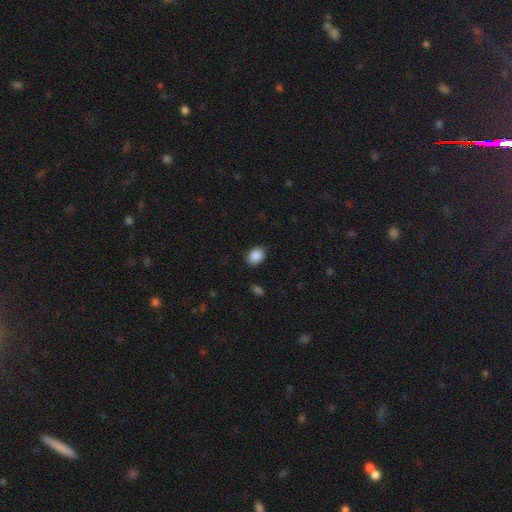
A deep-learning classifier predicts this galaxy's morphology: smooth 88%, star or artifact 8%, featured or disk 4%. Down the decision tree: how rounded — in between (64%); merging — none (82%).